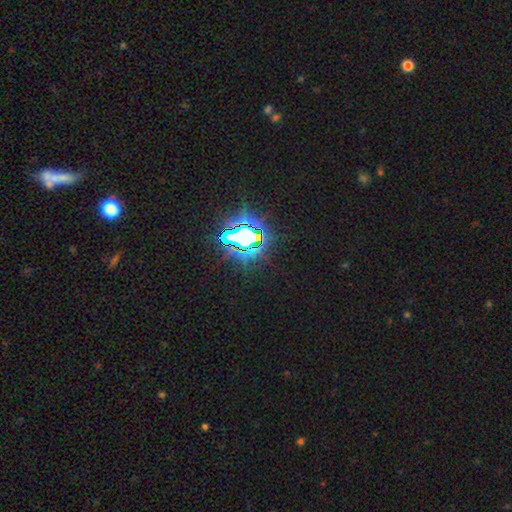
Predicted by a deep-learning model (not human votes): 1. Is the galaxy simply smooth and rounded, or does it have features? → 83% star or artifact, 11% smooth, 6% featured or disk.